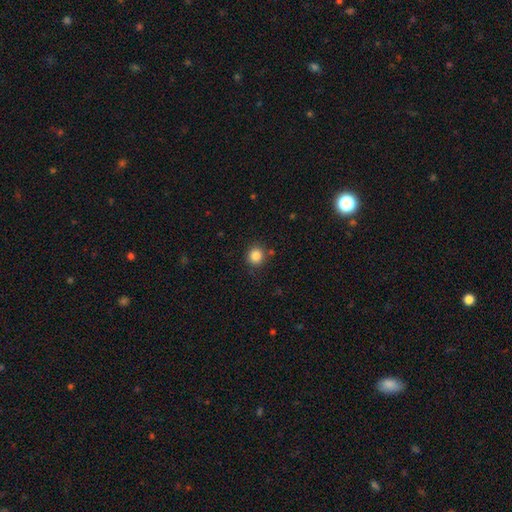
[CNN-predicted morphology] type=smooth (85%); roundness=round (88%); merging=none (85%).